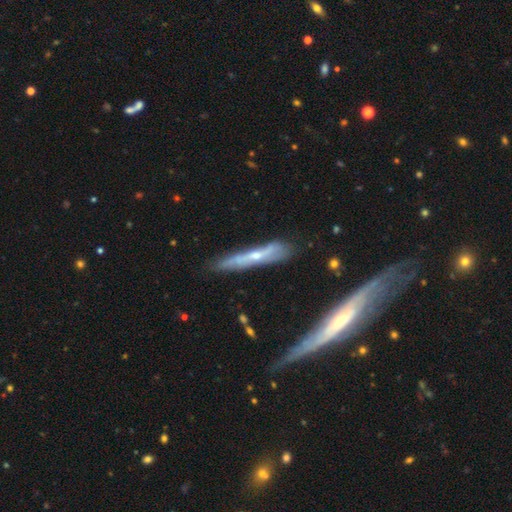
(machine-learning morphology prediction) A featured or disk galaxy (63%) viewed edge-on (76%).

Vote fractions:
- Smooth or featured? featured or disk: 63% / smooth: 30% / star or artifact: 7%
- Edge-on disk? yes: 76% / no: 24%
- Merging? none: 68% / minor disturbance: 23% / major disturbance: 6% / merger: 4%